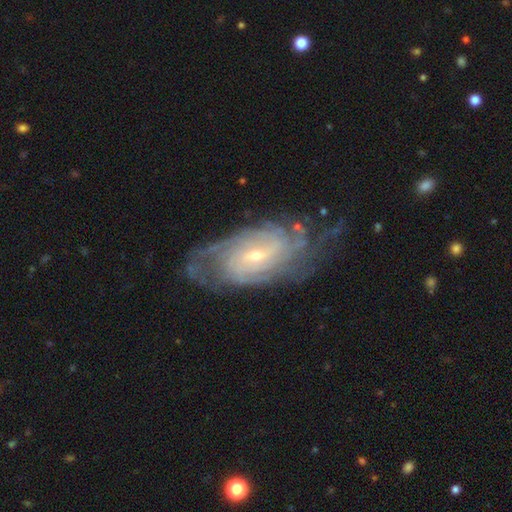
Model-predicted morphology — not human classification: Smooth or featured?
  - featured or disk: 86% *
  - smooth: 8%
  - star or artifact: 6%
Edge-on disk?
  - no: 94% *
  - yes: 6%
Bar?
  - weak: 48% *
  - no: 37%
  - strong: 15%
Spiral arms?
  - yes: 96% *
  - no: 4%
Spiral winding?
  - tight: 66% *
  - medium: 27%
  - loose: 7%
Spiral arm count?
  - can't tell: 41% *
  - 4: 17%
  - 2: 16%
  - 3: 11%
  - more than 4: 9%
  - 1: 5%
Bulge size?
  - small: 70% *
  - moderate: 26%
  - large: 2%
  - none: 2%
  - dominant: 1%
Merging?
  - none: 67% *
  - minor disturbance: 20%
  - major disturbance: 11%
  - merger: 2%